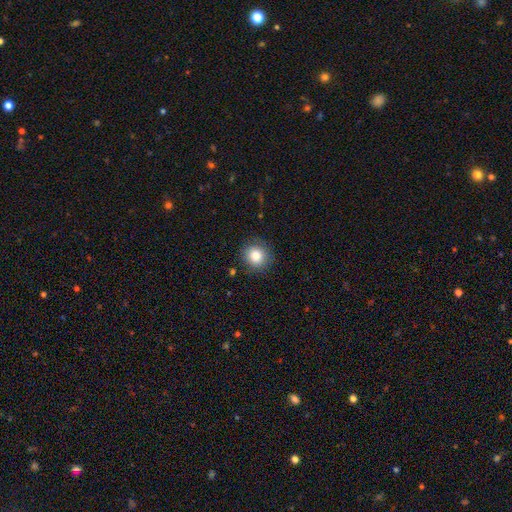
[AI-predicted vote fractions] smooth_or_featured: smooth (p=0.83) [alt: star or artifact p=0.10]
how_rounded: round (p=0.89) [alt: in between p=0.10]
merging: none (p=0.86) [alt: minor disturbance p=0.10]